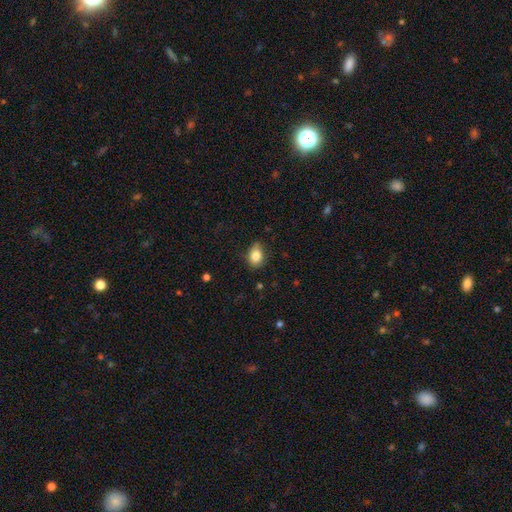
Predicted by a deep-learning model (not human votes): Smooth or featured?
  - smooth: 84% *
  - star or artifact: 8%
  - featured or disk: 8%
How rounded?
  - in between: 74% *
  - round: 25%
  - cigar-shaped: 1%
Merging?
  - none: 73% *
  - minor disturbance: 21%
  - major disturbance: 4%
  - merger: 1%